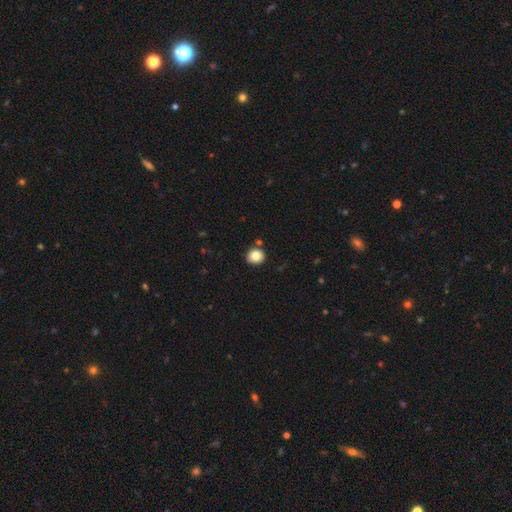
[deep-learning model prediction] Overall: smooth (83%). How rounded: round (82%). Merging: none (82%).